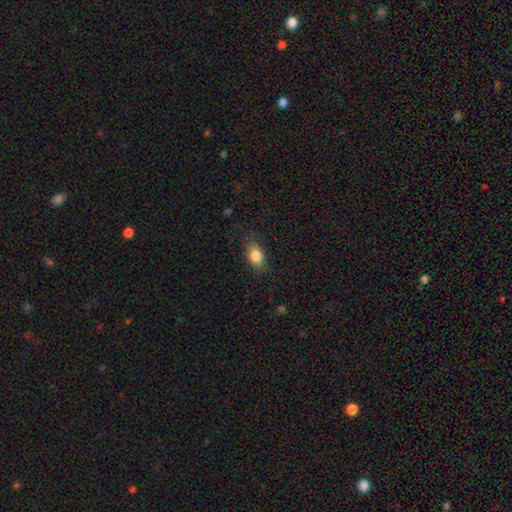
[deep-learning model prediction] smooth_or_featured: smooth (p=0.85) [alt: star or artifact p=0.08]
how_rounded: in between (p=0.86) [alt: round p=0.10]
merging: none (p=0.81) [alt: minor disturbance p=0.14]